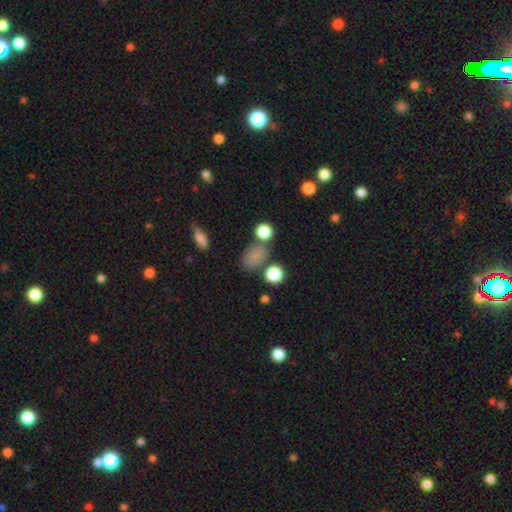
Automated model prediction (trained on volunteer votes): Smooth or featured: smooth — 78% (star or artifact — 15%)
How rounded: in between — 70% (round — 27%)
Merging: none — 64% (minor disturbance — 16%)